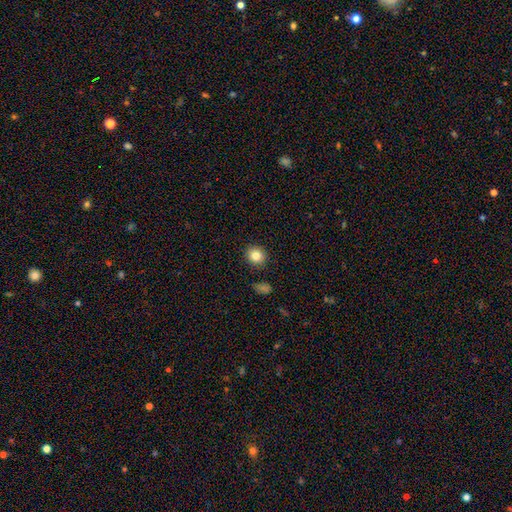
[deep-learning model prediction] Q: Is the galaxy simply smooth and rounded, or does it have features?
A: smooth — 83%.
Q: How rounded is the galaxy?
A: round — 83%.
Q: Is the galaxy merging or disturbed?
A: none — 89%.